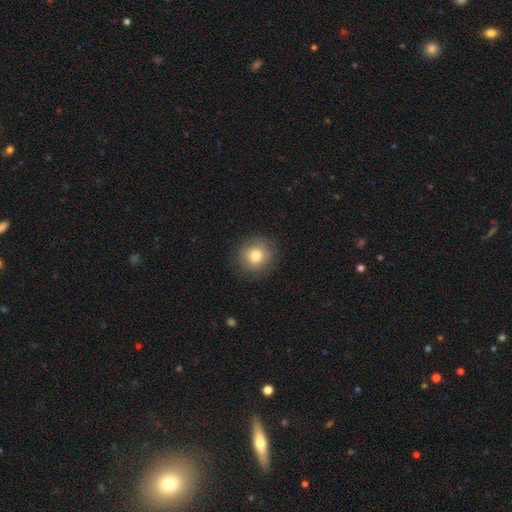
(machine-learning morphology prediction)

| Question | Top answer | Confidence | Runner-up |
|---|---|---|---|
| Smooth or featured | smooth | 79% | featured or disk (11%) |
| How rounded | round | 90% | in between (9%) |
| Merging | none | 88% | minor disturbance (8%) |